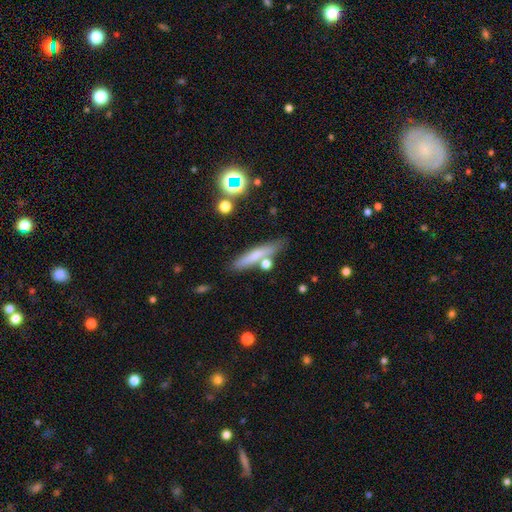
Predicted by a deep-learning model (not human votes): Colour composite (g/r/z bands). It shows a smooth galaxy with no disk features (64%) that is cigar-shaped (86%). Merging: none (73%).